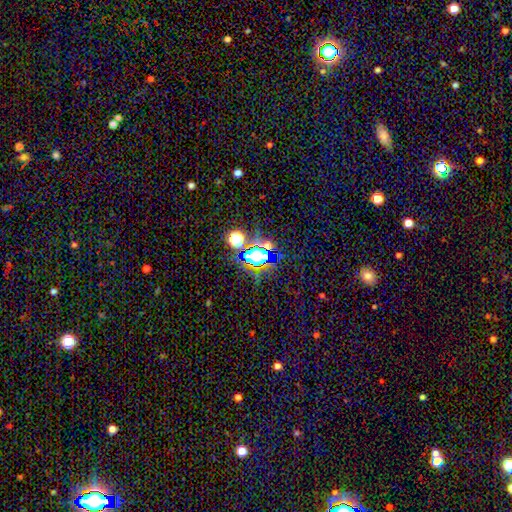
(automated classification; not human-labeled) A star or artifact, not a galaxy (61%).